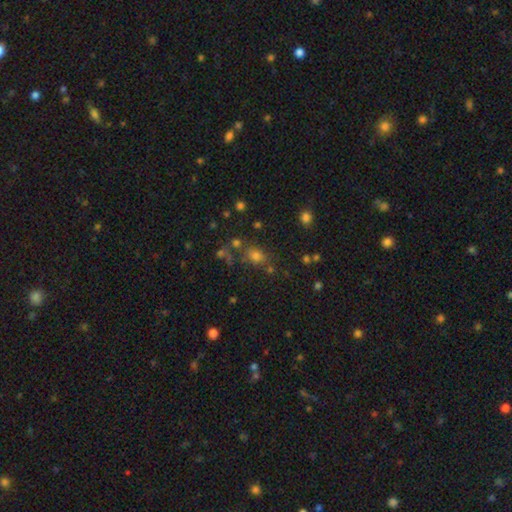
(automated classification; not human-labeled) Overall: smooth (65%; star or artifact 26%). How rounded: round (55%; in between 43%). Merging: none (66%).